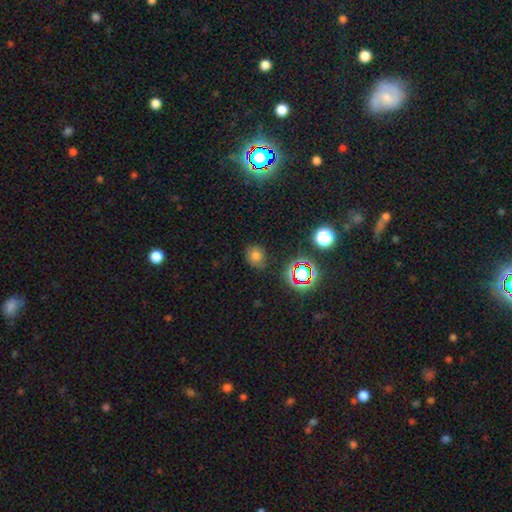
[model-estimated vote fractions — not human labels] Morphology: type=smooth (69%); roundness=round (71%); merging=none (78%).